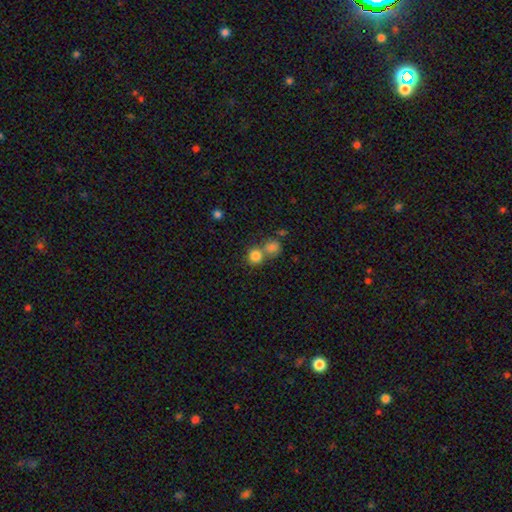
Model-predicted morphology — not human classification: smooth-or-featured: smooth: 82% | star or artifact: 11% | featured or disk: 6%
  how-rounded: round: 87% | in between: 12% | cigar-shaped: 1%
  merging: none: 51% | merger: 39% | minor disturbance: 7% | major disturbance: 3%